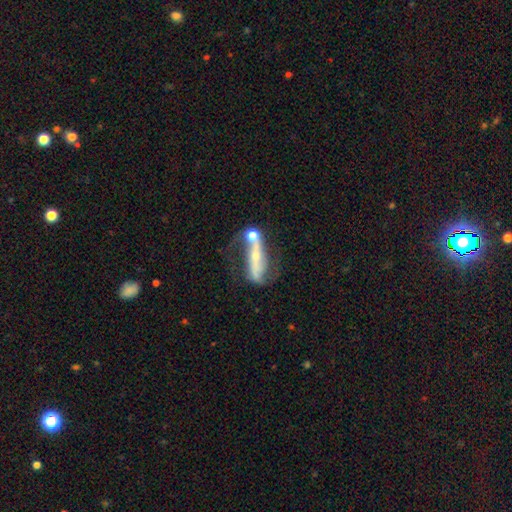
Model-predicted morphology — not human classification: A featured or disk galaxy (72%) with a strong bar (45%), spiral arms (74%) and a small central bulge (56%). Merging: none (32%).